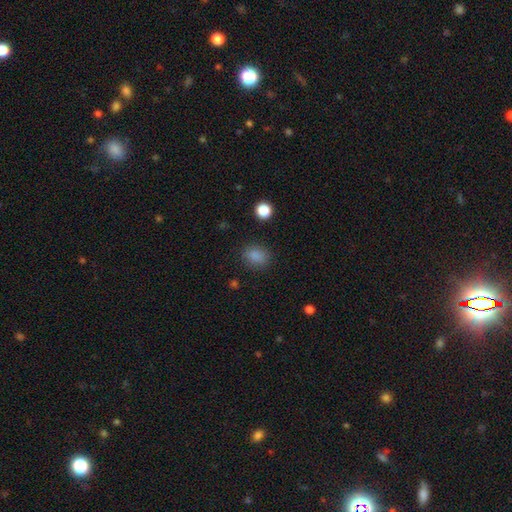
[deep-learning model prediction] Smooth or featured?
  - smooth: 84% *
  - star or artifact: 12%
  - featured or disk: 4%
How rounded?
  - round: 51% *
  - in between: 48%
  - cigar-shaped: 1%
Merging?
  - none: 83% *
  - minor disturbance: 12%
  - major disturbance: 4%
  - merger: 2%